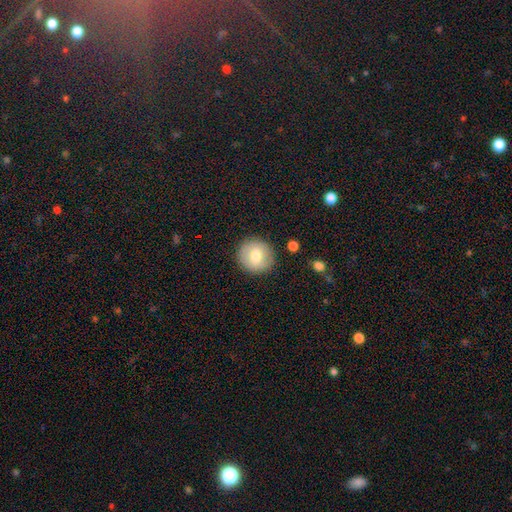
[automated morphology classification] A smooth galaxy with no disk features (72%) that is round (93%).

Vote fractions:
- Smooth or featured? smooth: 72% / featured or disk: 20% / star or artifact: 8%
- How rounded? round: 93% / in between: 6% / cigar-shaped: 1%
- Merging? none: 89% / minor disturbance: 8% / major disturbance: 2% / merger: 2%